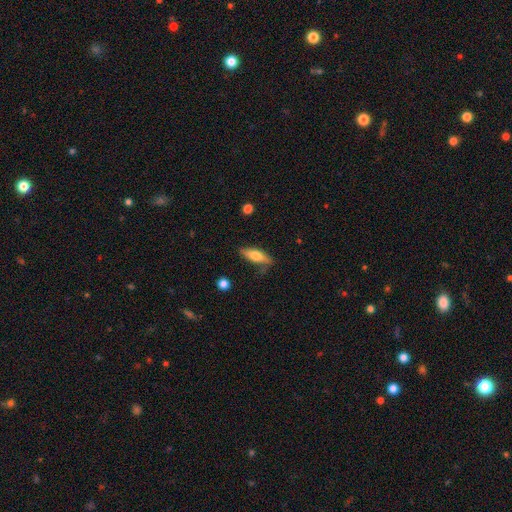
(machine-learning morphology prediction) This is likely a smooth galaxy (61%). How rounded: possibly cigar-shaped (50%). Merging: likely none (71%).